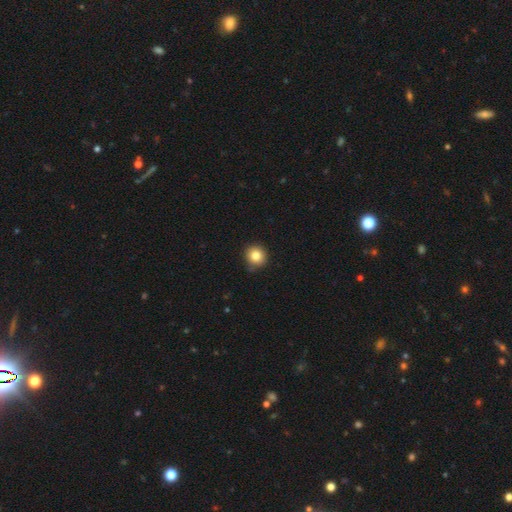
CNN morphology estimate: This appears to be a smooth galaxy with no disk features (83%) that is round (92%). Merging: none (86%).